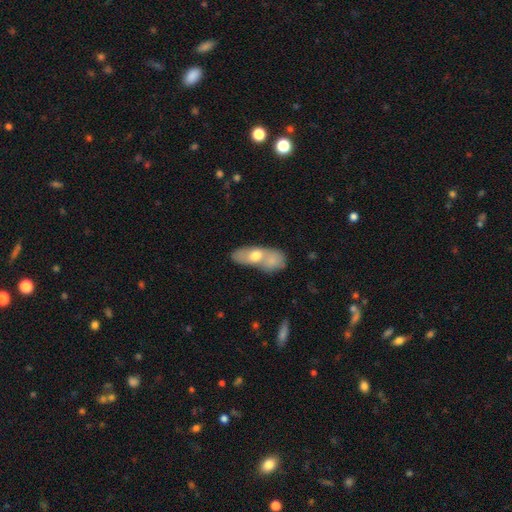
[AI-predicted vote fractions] The model was most divided on "smooth or featured": smooth: 66%, featured or disk: 28%, star or artifact: 6%. More confident: how rounded — in between (76%); merging — merger (63%).